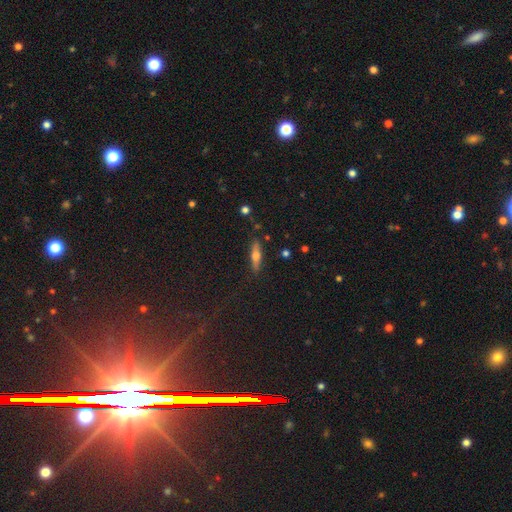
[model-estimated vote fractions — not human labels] smooth-or-featured: smooth: 47% | featured or disk: 45% | star or artifact: 8%
  merging: none: 85% | minor disturbance: 10% | major disturbance: 2% | merger: 2%